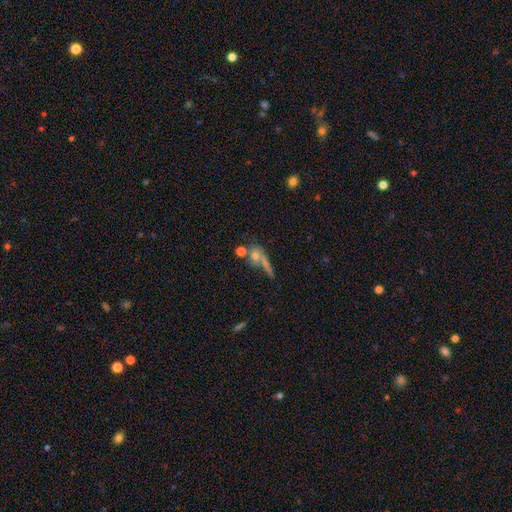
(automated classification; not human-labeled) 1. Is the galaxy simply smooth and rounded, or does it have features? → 59% smooth, 27% featured or disk, 15% star or artifact.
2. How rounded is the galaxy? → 49% round, 27% in between, 24% cigar-shaped.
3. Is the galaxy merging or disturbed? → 42% none, 32% merger, 13% major disturbance, 13% minor disturbance.